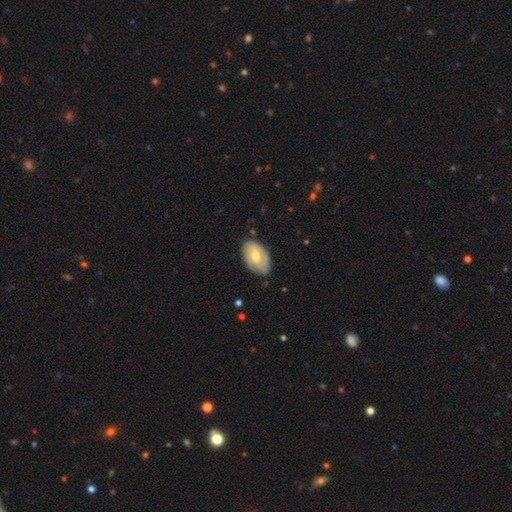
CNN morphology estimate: type=smooth (54%); roundness=in between (92%); merging=none (72%).